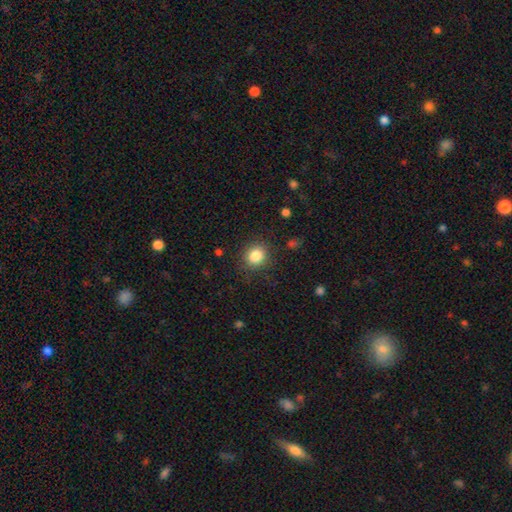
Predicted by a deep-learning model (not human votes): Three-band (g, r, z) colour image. It shows a smooth galaxy with no disk features (84%) that is round (81%). Merging: none (86%).